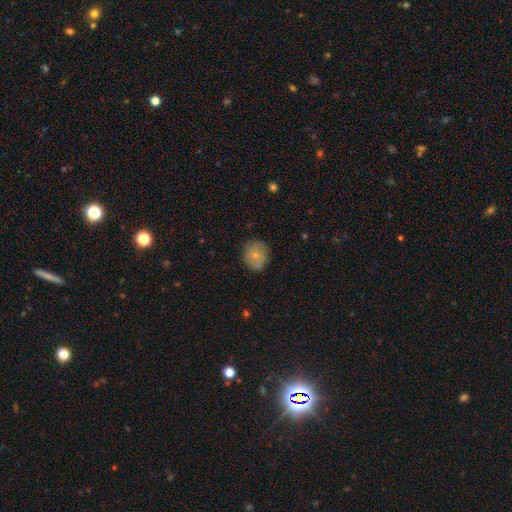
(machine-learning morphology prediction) smooth-or-featured: smooth: 77% | featured or disk: 15% | star or artifact: 8%
  how-rounded: round: 81% | in between: 18% | cigar-shaped: 1%
  merging: none: 82% | minor disturbance: 14% | major disturbance: 3% | merger: 1%